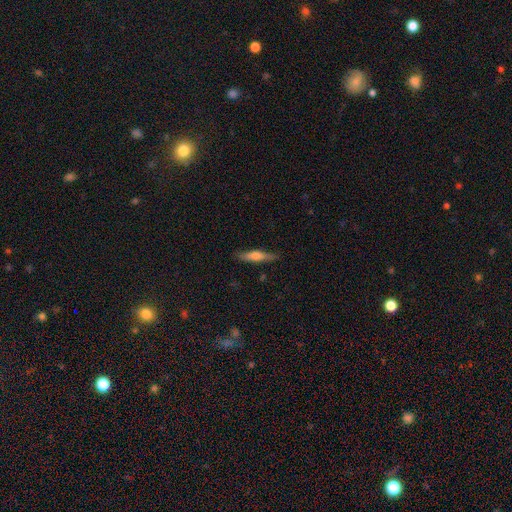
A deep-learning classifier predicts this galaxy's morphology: Smooth or featured?
  - smooth: 54% *
  - featured or disk: 40%
  - star or artifact: 6%
How rounded?
  - cigar-shaped: 82% *
  - in between: 17%
  - round: 2%
Merging?
  - none: 83% *
  - minor disturbance: 13%
  - major disturbance: 3%
  - merger: 1%